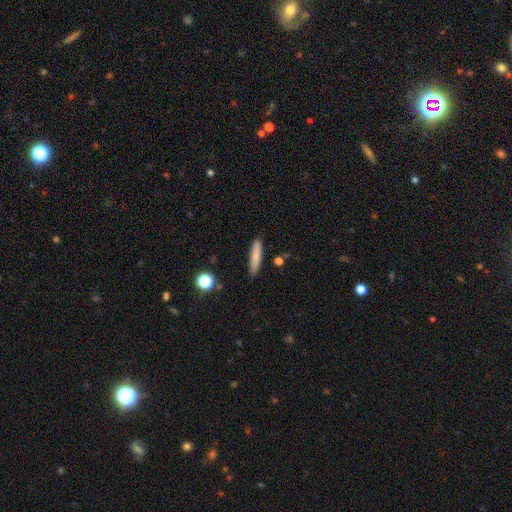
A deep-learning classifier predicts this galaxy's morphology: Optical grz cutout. It shows a smooth galaxy with no disk features (79%) that is cigar-shaped (88%). Merging: none (86%).